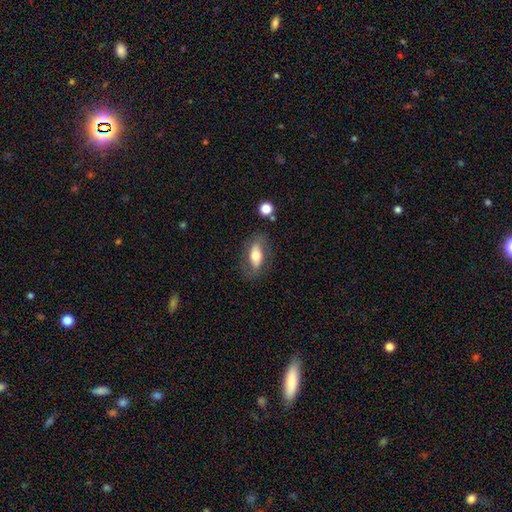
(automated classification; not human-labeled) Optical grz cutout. It shows a smooth galaxy with no disk features (54%) that is in between round and cigar-shaped (78%). Merging: none (75%).